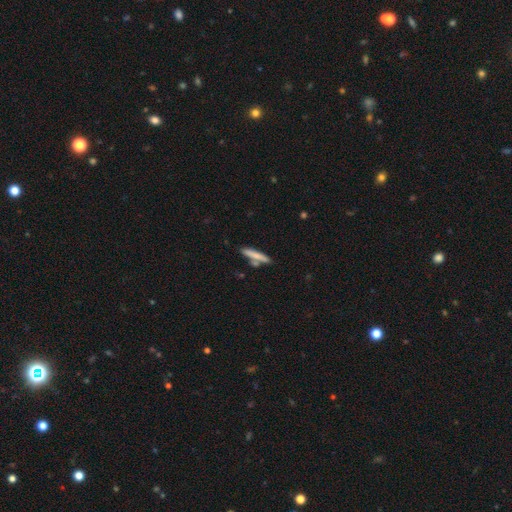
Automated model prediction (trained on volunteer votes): smooth-or-featured: smooth: 68% | featured or disk: 26% | star or artifact: 6%
  how-rounded: cigar-shaped: 89% | in between: 9% | round: 2%
  merging: none: 68% | merger: 16% | minor disturbance: 13% | major disturbance: 3%